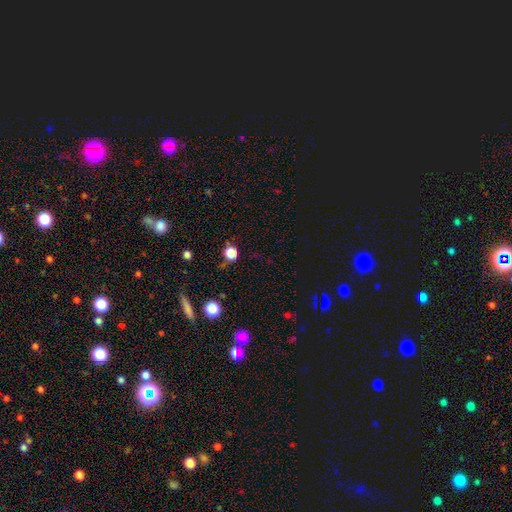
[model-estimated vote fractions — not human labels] Smooth or featured? Predicted: smooth (p=0.53). How rounded? Predicted: round (p=0.89). Merging? Predicted: none (p=0.83).